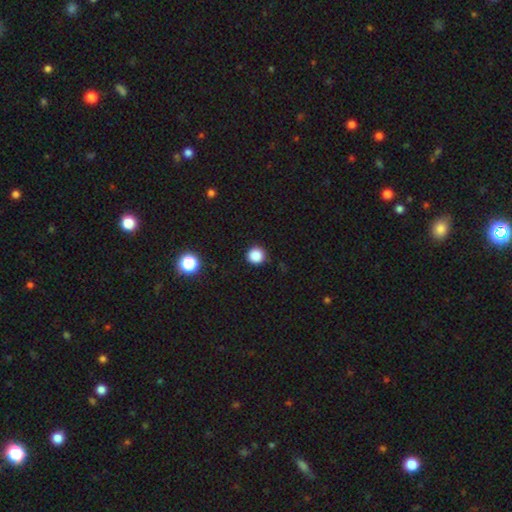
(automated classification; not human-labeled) smooth 85%, star or artifact 12%, featured or disk 3%. Down the decision tree: how rounded — round (95%); merging — none (91%).